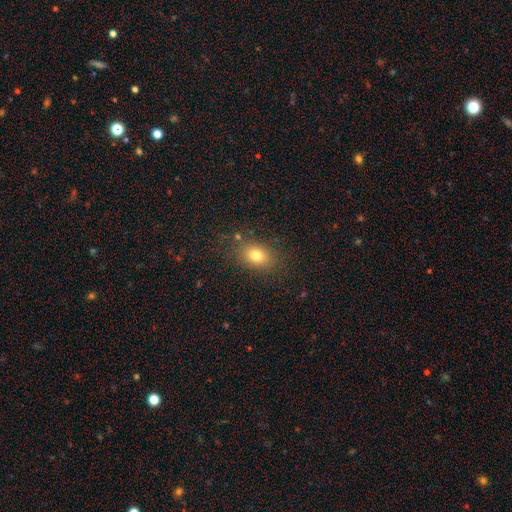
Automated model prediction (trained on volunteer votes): Smooth or featured: smooth — 77% (star or artifact — 12%)
How rounded: in between — 70% (round — 28%)
Merging: none — 80% (minor disturbance — 13%)